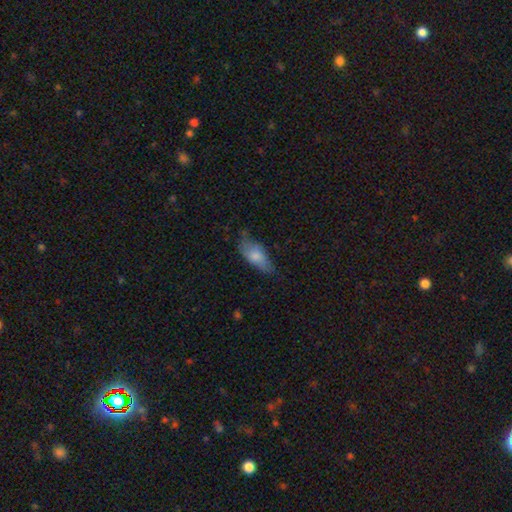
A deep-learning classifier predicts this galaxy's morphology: Smooth or featured? smooth (76%)
How rounded? in between (82%)
Merging? none (56%)